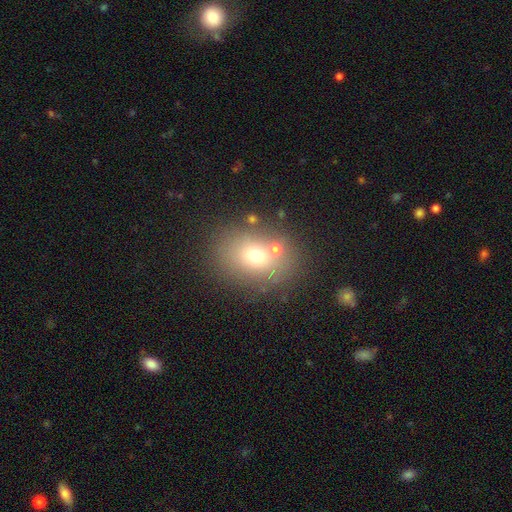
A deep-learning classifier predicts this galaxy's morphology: smooth 67%, featured or disk 16%, star or artifact 16%. Down the decision tree: how rounded — in between (57%); merging — none (71%).